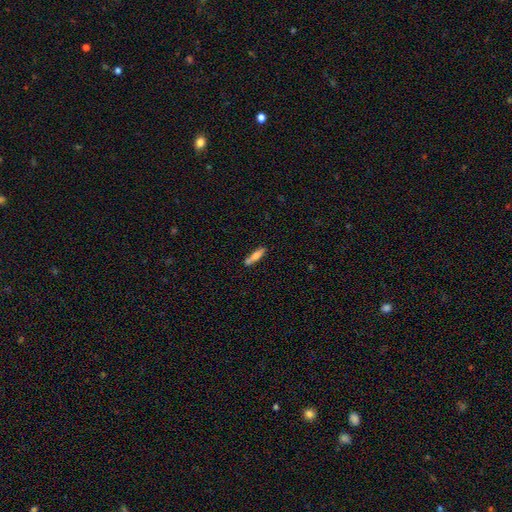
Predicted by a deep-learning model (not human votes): This is likely a smooth galaxy (65%). How rounded: likely cigar-shaped (75%). Merging: likely none (71%).